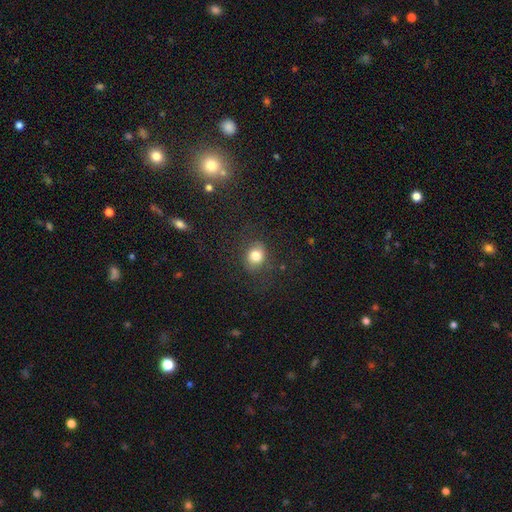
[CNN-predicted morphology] Smooth or featured: smooth — 80% (star or artifact — 12%)
How rounded: round — 57% (in between — 42%)
Merging: none — 77% (minor disturbance — 14%)